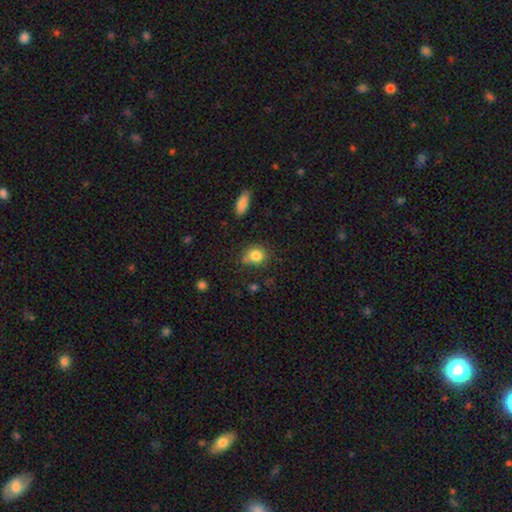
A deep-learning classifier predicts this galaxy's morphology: Overall: smooth (83%). How rounded: round (68%; in between 31%). Merging: none (68%).